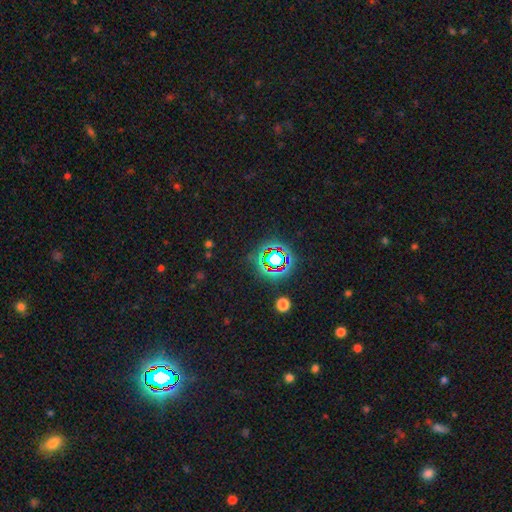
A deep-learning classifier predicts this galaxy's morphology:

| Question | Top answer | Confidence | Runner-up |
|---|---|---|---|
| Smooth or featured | star or artifact | 77% | smooth (14%) |